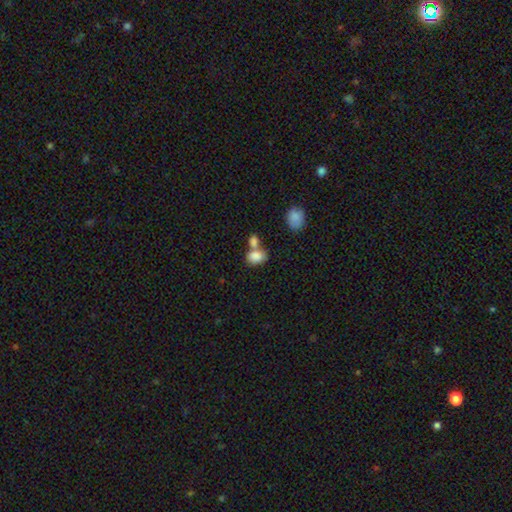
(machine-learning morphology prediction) type=smooth (84%); roundness=in between (77%); merging=merger (49%).